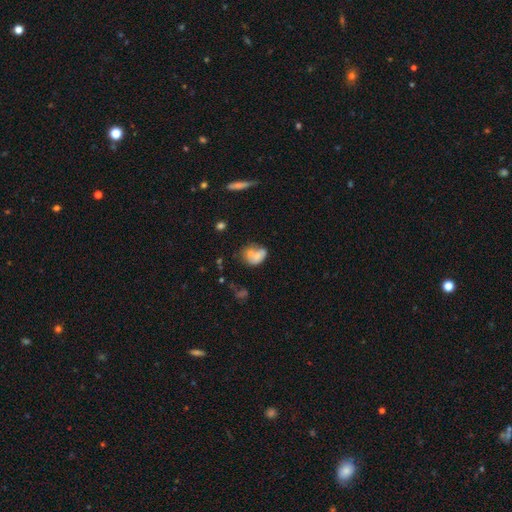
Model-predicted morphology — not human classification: Smooth or featured: smooth — 66% (featured or disk — 24%)
How rounded: in between — 66% (round — 32%)
Merging: merger — 43% (none — 28%)